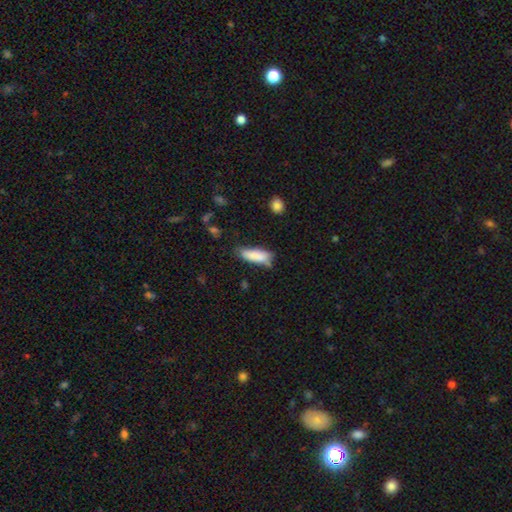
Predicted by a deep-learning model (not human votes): Smooth or featured? Predicted: smooth (p=0.84). How rounded? Predicted: in between (p=0.59). Merging? Predicted: none (p=0.54).